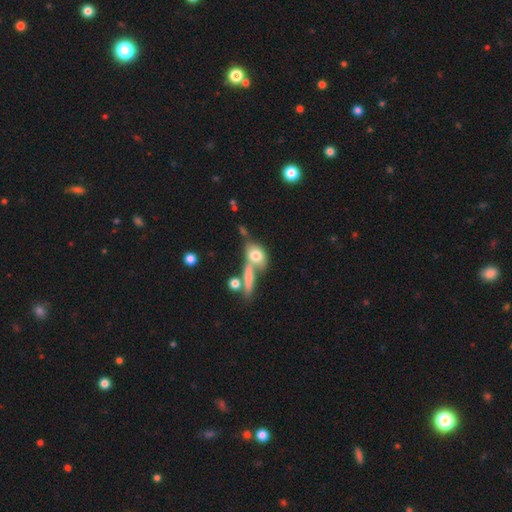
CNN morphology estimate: This is likely a smooth galaxy (69%). How rounded: likely in between (66%). Merging: possibly merger (48%).